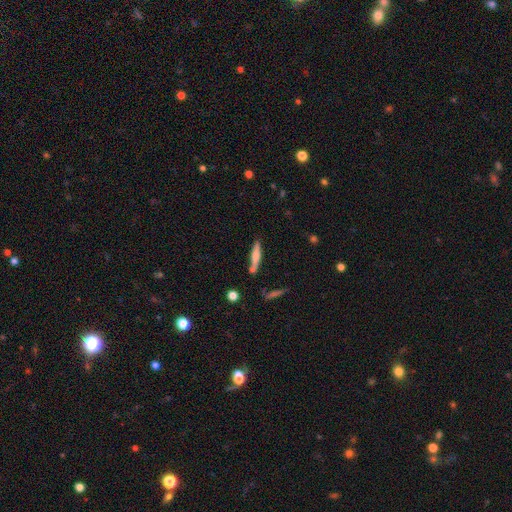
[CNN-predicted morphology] The model was most divided on "smooth or featured": smooth: 57%, featured or disk: 36%, star or artifact: 7%. More confident: how rounded — cigar-shaped (86%); merging — none (72%).